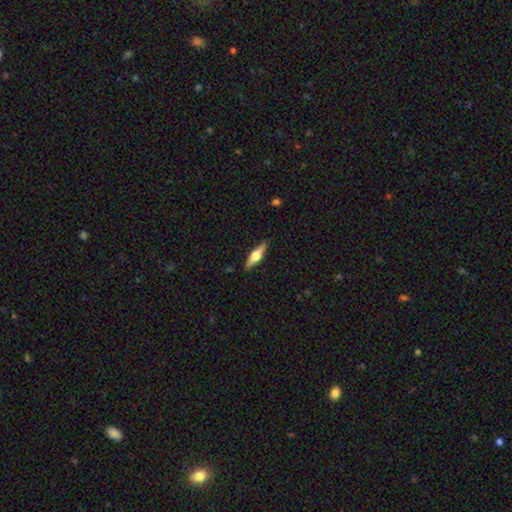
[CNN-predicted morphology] This appears to be a featured or disk galaxy (62%) viewed edge-on (96%) with a rounded central bulge (92%). Merging: none (89%).